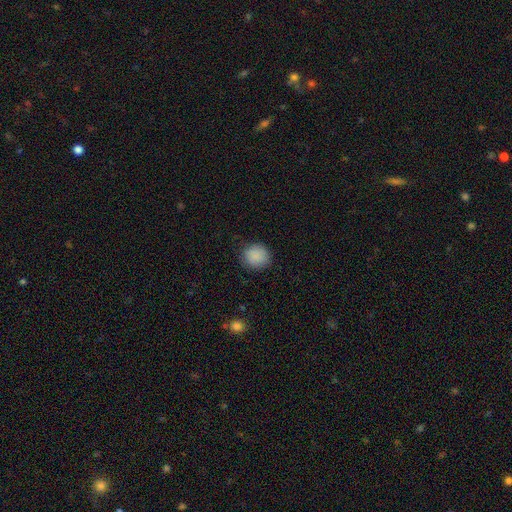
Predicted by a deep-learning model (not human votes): The model was most divided on "merging": none: 84%, minor disturbance: 11%, major disturbance: 3%, merger: 1%. More confident: smooth or featured — smooth (88%); how rounded — round (87%).